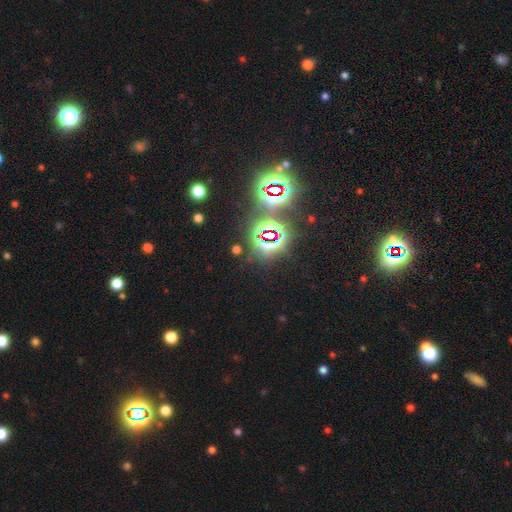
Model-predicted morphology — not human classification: A star or artifact, not a galaxy (81%).

Vote fractions:
- Smooth or featured? star or artifact: 81% / smooth: 11% / featured or disk: 8%